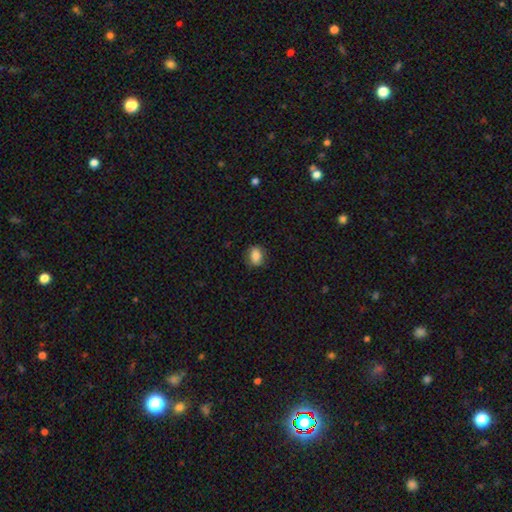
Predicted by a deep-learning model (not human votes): Smooth or featured? Predicted: smooth (p=0.84). How rounded? Predicted: in between (p=0.69). Merging? Predicted: none (p=0.80).